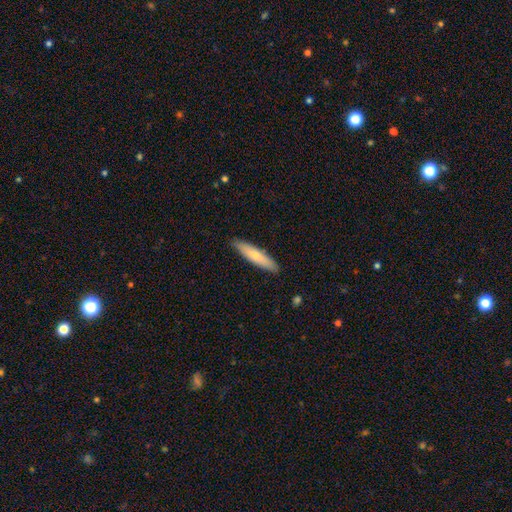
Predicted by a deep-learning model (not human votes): This is likely a smooth galaxy (67%). How rounded: clearly cigar-shaped (81%). Merging: clearly none (88%).